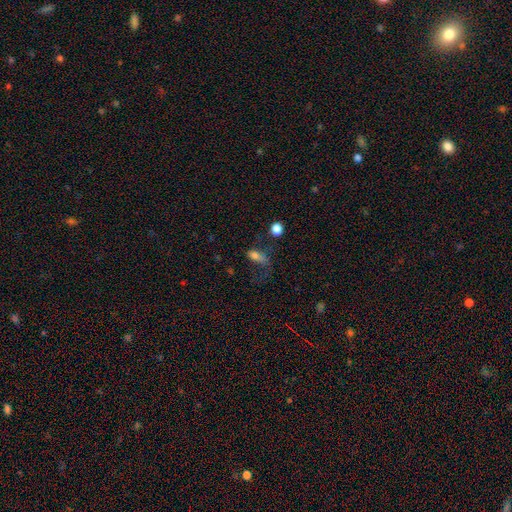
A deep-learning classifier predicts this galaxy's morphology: Overall: smooth (70%). How rounded: in between (77%). Merging: major disturbance (42%; none 29%).